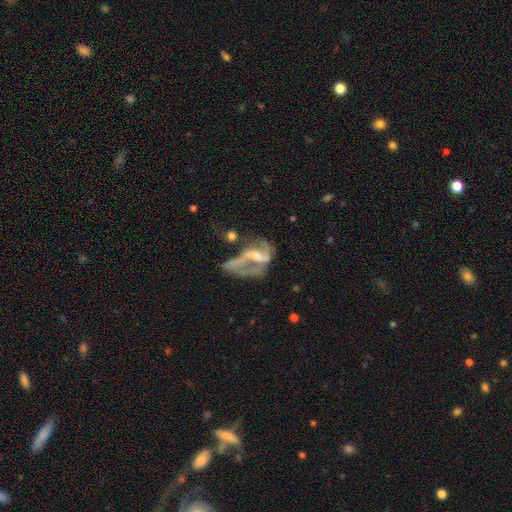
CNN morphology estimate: Q: Smooth or featured?
A: featured or disk (66%); runner-up: smooth (20%)
Q: Edge-on disk?
A: no (91%); runner-up: yes (9%)
Q: Bar?
A: no (52%); runner-up: weak (30%)
Q: Spiral arms?
A: no (53%); runner-up: yes (47%)
Q: Bulge size?
A: small (37%); runner-up: moderate (31%)
Q: Merging?
A: major disturbance (35%); runner-up: merger (29%)